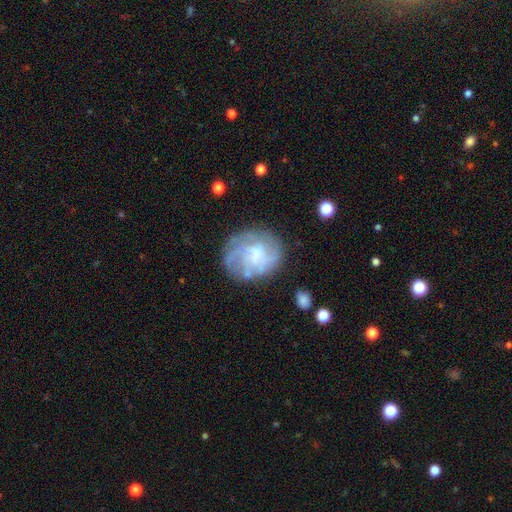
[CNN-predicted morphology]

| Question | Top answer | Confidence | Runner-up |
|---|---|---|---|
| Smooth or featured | featured or disk | 63% | smooth (29%) |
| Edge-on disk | no | 98% | yes (2%) |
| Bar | no | 58% | weak (35%) |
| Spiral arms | yes | 69% | no (31%) |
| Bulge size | none | 39% | moderate (25%) |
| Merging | none | 62% | minor disturbance (20%) |